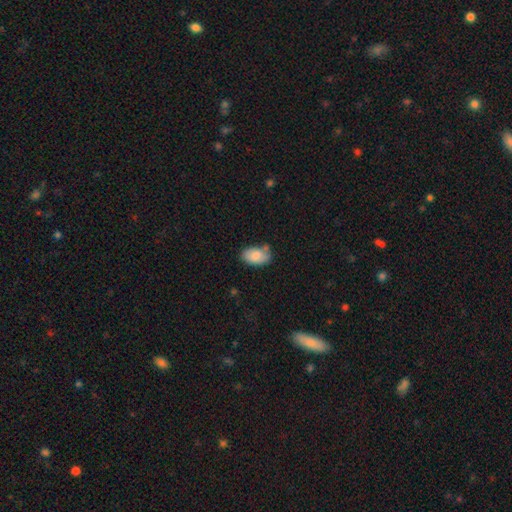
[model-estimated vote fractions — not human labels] The model was most divided on "merging": none: 61%, minor disturbance: 25%, merger: 9%, major disturbance: 5%. More confident: how rounded — in between (93%); smooth or featured — smooth (84%).